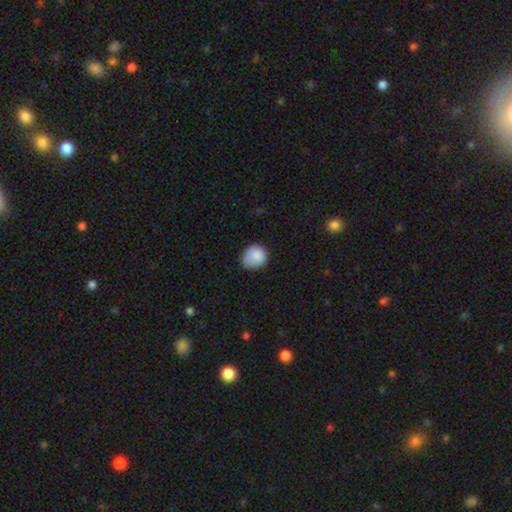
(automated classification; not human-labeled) Smooth or featured?
  - smooth: 86% *
  - star or artifact: 8%
  - featured or disk: 6%
How rounded?
  - round: 73% *
  - in between: 26%
  - cigar-shaped: 1%
Merging?
  - none: 64% *
  - minor disturbance: 28%
  - major disturbance: 6%
  - merger: 2%